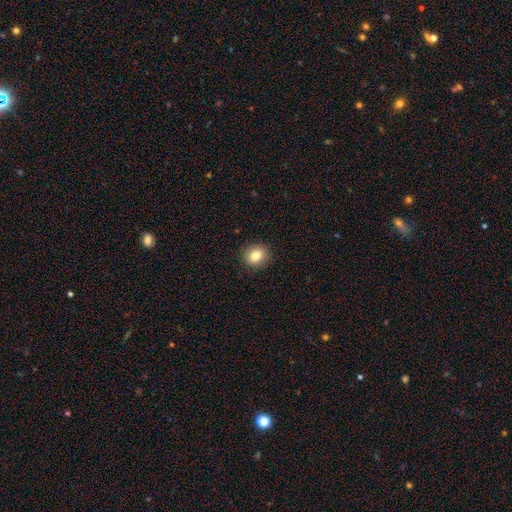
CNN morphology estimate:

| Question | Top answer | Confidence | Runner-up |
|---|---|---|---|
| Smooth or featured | smooth | 81% | star or artifact (10%) |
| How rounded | round | 76% | in between (23%) |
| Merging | none | 90% | minor disturbance (7%) |